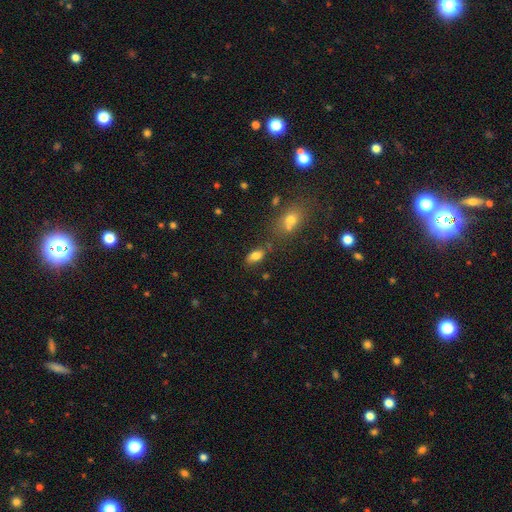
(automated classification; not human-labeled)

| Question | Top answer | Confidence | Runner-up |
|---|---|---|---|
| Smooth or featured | smooth | 80% | featured or disk (10%) |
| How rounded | in between | 88% | round (6%) |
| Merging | none | 73% | minor disturbance (15%) |